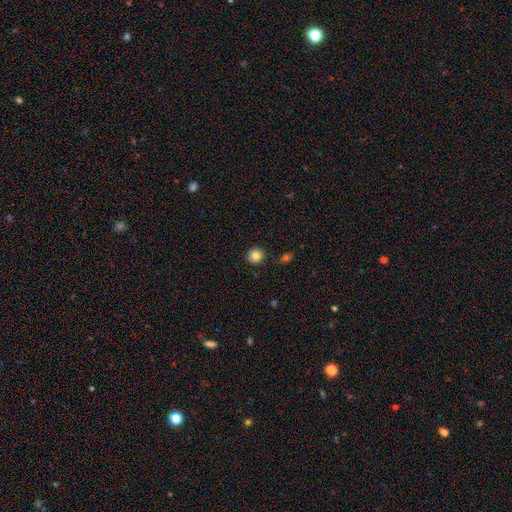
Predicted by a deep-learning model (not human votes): Smooth or featured?
  - smooth: 84% *
  - star or artifact: 10%
  - featured or disk: 6%
How rounded?
  - round: 92% *
  - in between: 7%
  - cigar-shaped: 1%
Merging?
  - none: 90% *
  - minor disturbance: 6%
  - merger: 2%
  - major disturbance: 2%